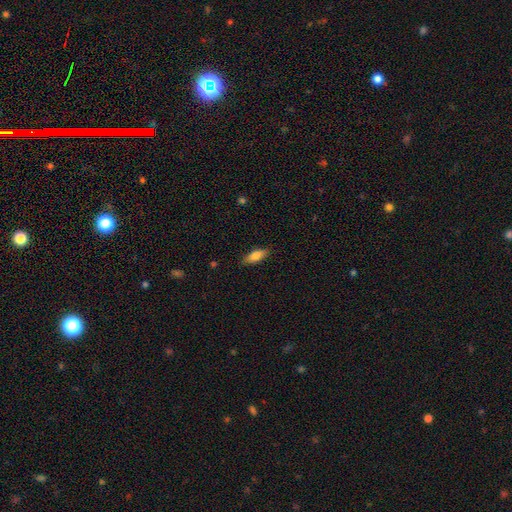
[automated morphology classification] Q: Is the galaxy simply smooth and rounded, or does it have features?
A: smooth — 74%.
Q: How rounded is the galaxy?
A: in between — 66%.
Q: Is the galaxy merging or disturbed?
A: none — 86%.